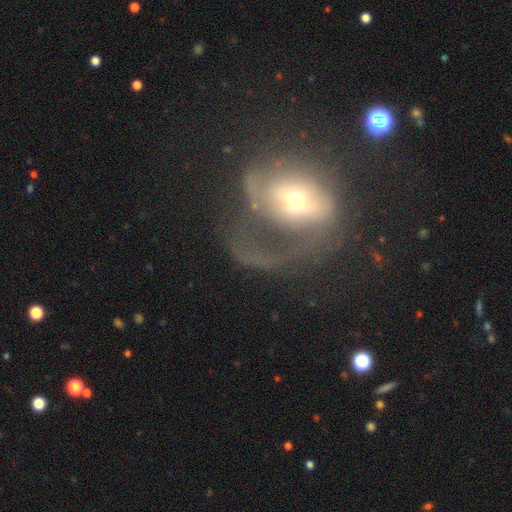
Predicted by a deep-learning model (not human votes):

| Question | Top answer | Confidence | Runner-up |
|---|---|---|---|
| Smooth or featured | featured or disk | 67% | smooth (22%) |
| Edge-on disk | no | 95% | yes (5%) |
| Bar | no | 55% | weak (29%) |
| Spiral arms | yes | 61% | no (39%) |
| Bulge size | moderate | 55% | small (35%) |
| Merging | major disturbance | 51% | none (29%) |